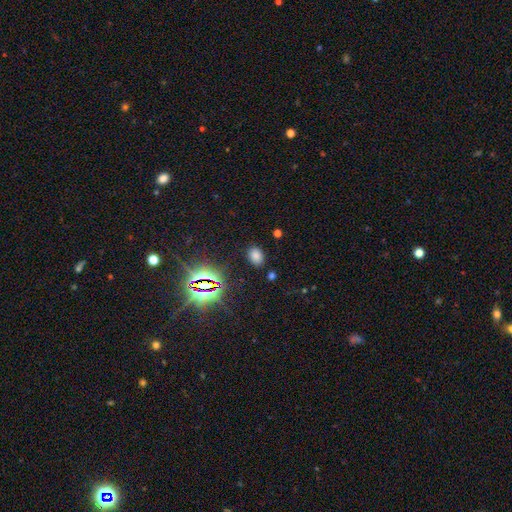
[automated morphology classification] Q: Smooth or featured?
A: smooth (69%); runner-up: star or artifact (25%)
Q: How rounded?
A: in between (79%); runner-up: round (20%)
Q: Merging?
A: none (85%); runner-up: minor disturbance (10%)